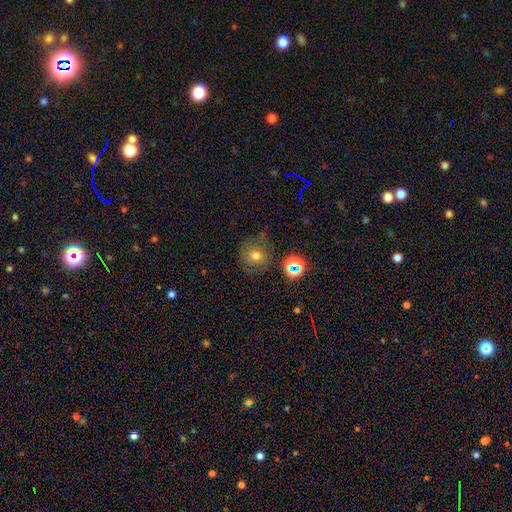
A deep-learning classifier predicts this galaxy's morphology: Smooth or featured? smooth (63%)
How rounded? round (87%)
Merging? none (73%)